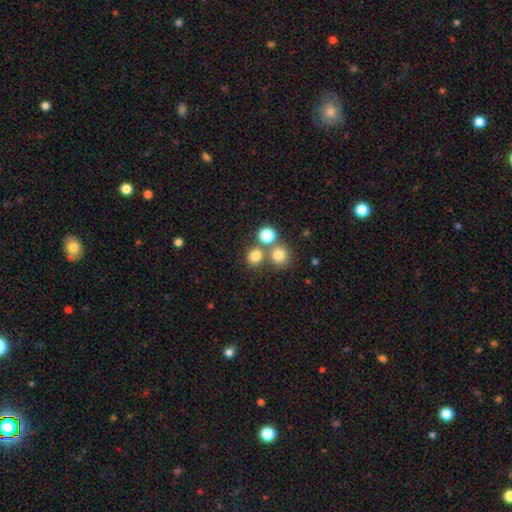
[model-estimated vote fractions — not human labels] Smooth or featured?
  - smooth: 76% *
  - star or artifact: 17%
  - featured or disk: 7%
How rounded?
  - round: 84% *
  - in between: 15%
  - cigar-shaped: 1%
Merging?
  - none: 66% *
  - merger: 24%
  - minor disturbance: 7%
  - major disturbance: 3%